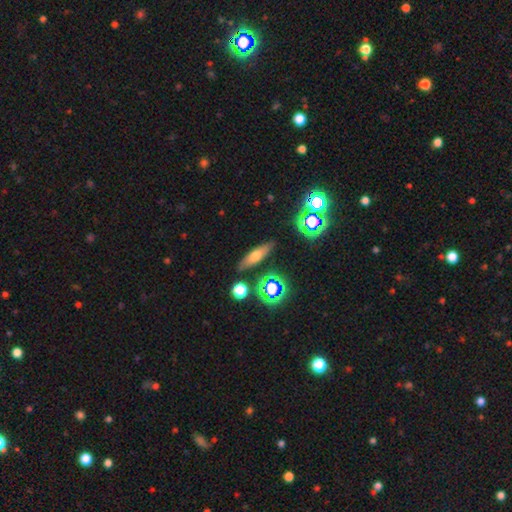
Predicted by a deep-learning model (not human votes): A smooth galaxy with no disk features (53%) that is cigar-shaped (56%).

Vote fractions:
- Smooth or featured? smooth: 53% / featured or disk: 30% / star or artifact: 17%
- How rounded? cigar-shaped: 56% / in between: 37% / round: 7%
- Merging? none: 83% / minor disturbance: 10% / merger: 4% / major disturbance: 3%